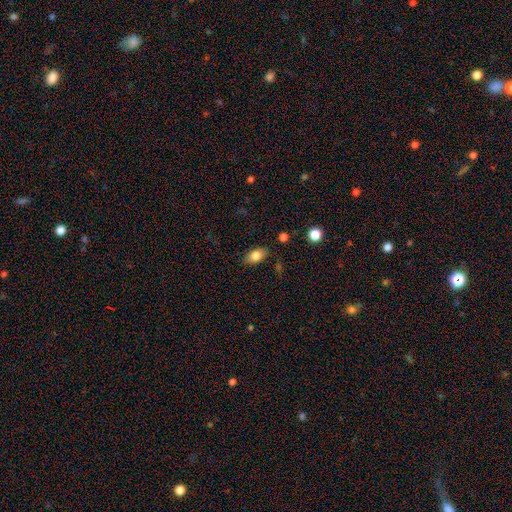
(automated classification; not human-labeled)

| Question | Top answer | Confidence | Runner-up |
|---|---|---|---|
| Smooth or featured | smooth | 80% | featured or disk (12%) |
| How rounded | in between | 88% | round (9%) |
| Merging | none | 82% | minor disturbance (13%) |